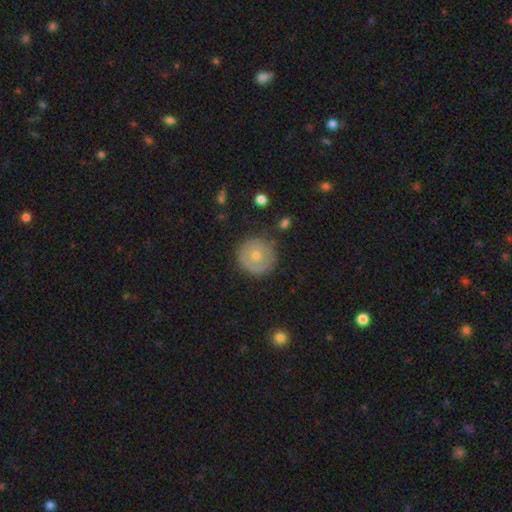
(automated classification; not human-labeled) The model was most divided on "smooth or featured": smooth: 56%, featured or disk: 35%, star or artifact: 9%. More confident: how rounded — round (94%); merging — none (84%).